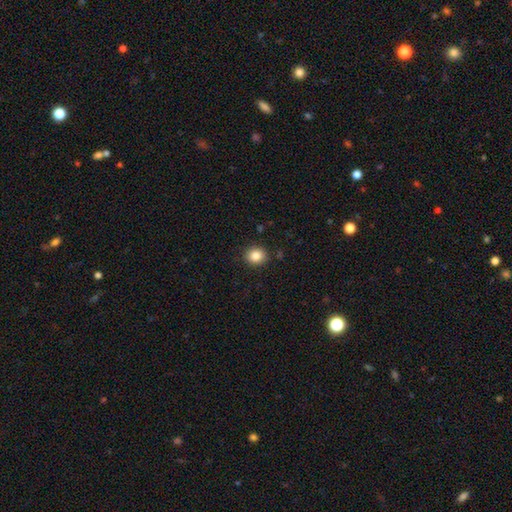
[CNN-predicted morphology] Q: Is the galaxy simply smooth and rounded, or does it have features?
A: smooth — 86%.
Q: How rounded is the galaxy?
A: round — 77%.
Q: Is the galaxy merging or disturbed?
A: none — 89%.